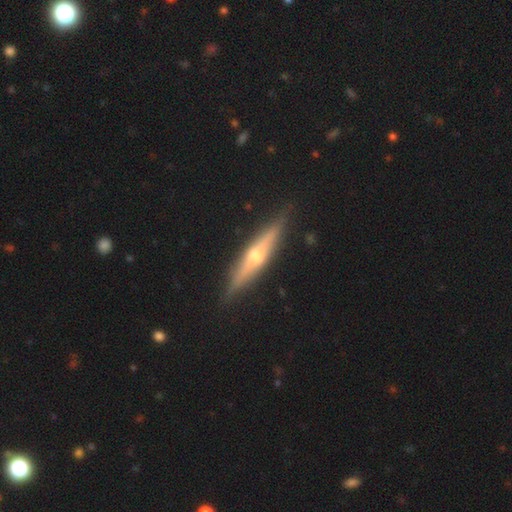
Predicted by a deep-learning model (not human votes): A featured or disk galaxy (73%) viewed edge-on (96%) with a rounded central bulge (90%).

Vote fractions:
- Smooth or featured? featured or disk: 73% / smooth: 21% / star or artifact: 6%
- Edge-on disk? yes: 96% / no: 4%
- Edge-on bulge? rounded: 90% / none: 5% / boxy: 5%
- Merging? none: 89% / minor disturbance: 8% / major disturbance: 2% / merger: 1%